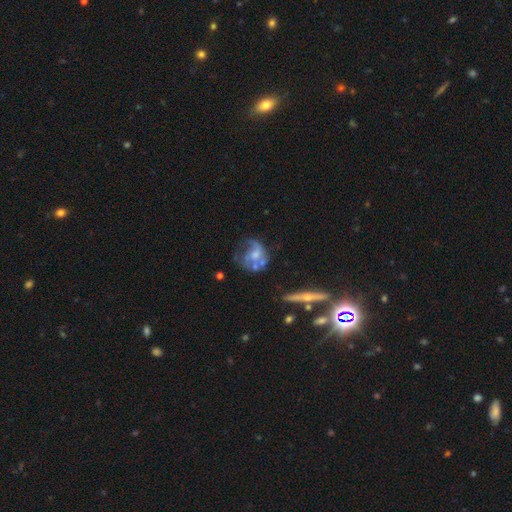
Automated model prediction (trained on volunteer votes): Smooth or featured? Predicted: featured or disk (p=0.65). Edge-on disk? Predicted: no (p=0.95). Bar? Predicted: no (p=0.71). Spiral arms? Predicted: yes (p=0.55). Bulge size? Predicted: moderate (p=0.41). Merging? Predicted: none (p=0.35).